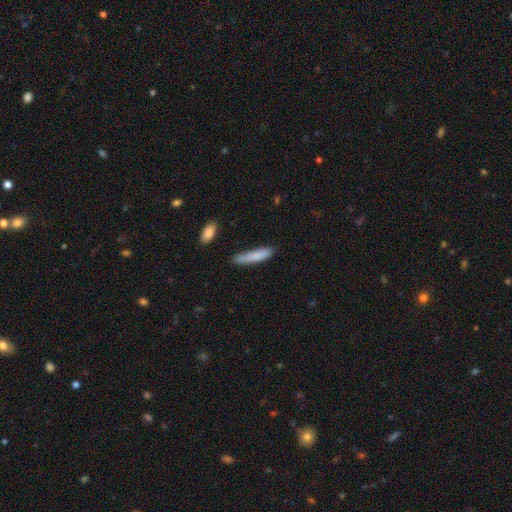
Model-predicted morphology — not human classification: smooth_or_featured: smooth (p=0.83) [alt: featured or disk p=0.11]
how_rounded: cigar-shaped (p=0.85) [alt: in between p=0.13]
merging: none (p=0.71) [alt: minor disturbance p=0.21]